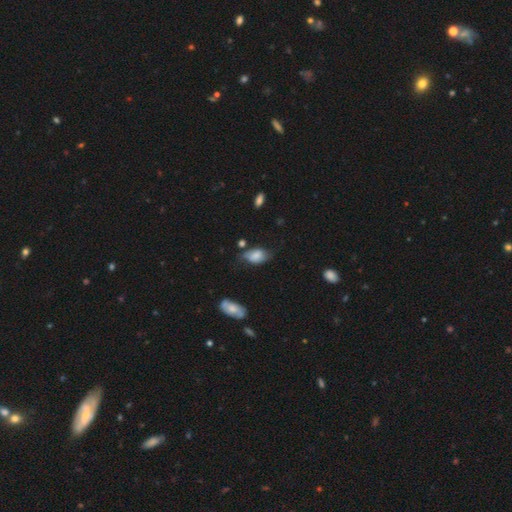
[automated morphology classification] This appears to be a smooth galaxy with no disk features (71%) that is in between round and cigar-shaped (88%). Merging: none (48%).